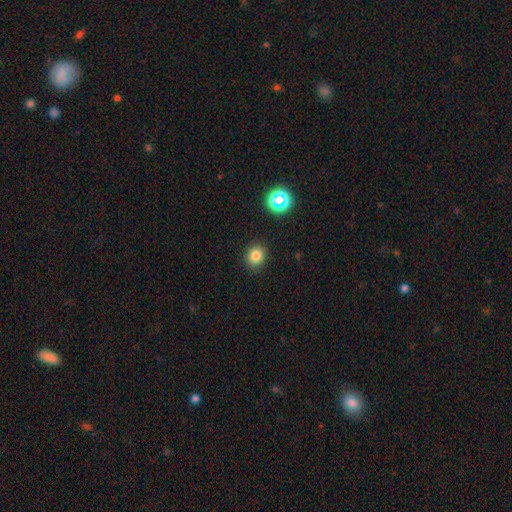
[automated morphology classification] A smooth galaxy with no disk features (80%) that is round (76%).

Vote fractions:
- Smooth or featured? smooth: 80% / star or artifact: 15% / featured or disk: 6%
- How rounded? round: 76% / in between: 23% / cigar-shaped: 1%
- Merging? none: 88% / minor disturbance: 8% / major disturbance: 3% / merger: 1%